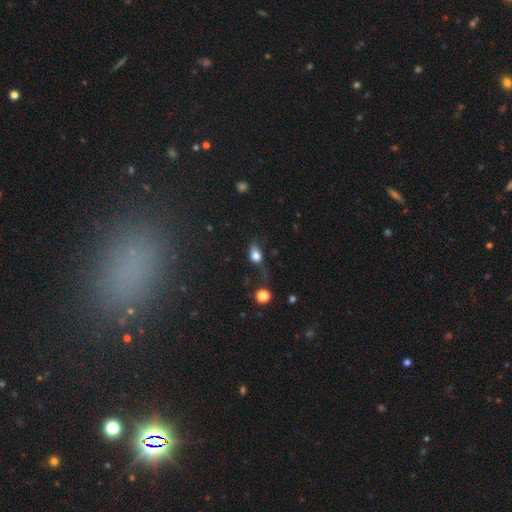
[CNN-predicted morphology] smooth_or_featured: smooth (p=0.69) [alt: featured or disk p=0.18]
how_rounded: in between (p=0.66) [alt: round p=0.27]
merging: none (p=0.35) [alt: major disturbance p=0.31]